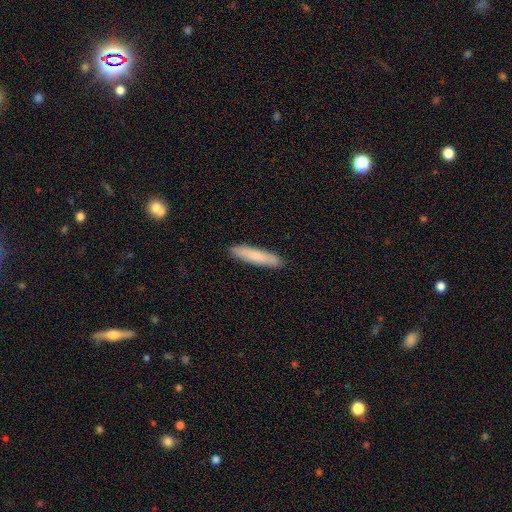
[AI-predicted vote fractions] Smooth or featured?
  - smooth: 81% *
  - featured or disk: 13%
  - star or artifact: 5%
How rounded?
  - cigar-shaped: 89% *
  - in between: 10%
  - round: 1%
Merging?
  - none: 90% *
  - minor disturbance: 7%
  - major disturbance: 1%
  - merger: 1%